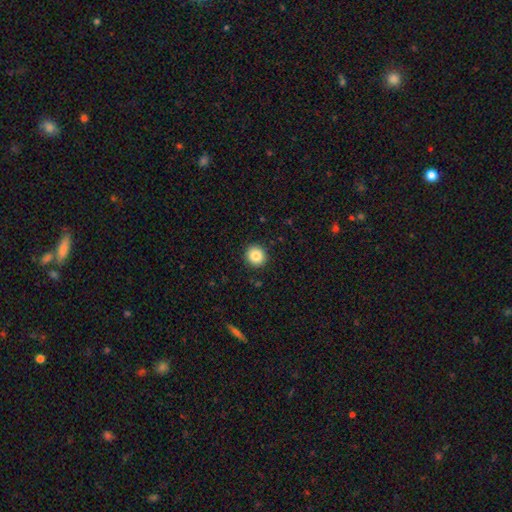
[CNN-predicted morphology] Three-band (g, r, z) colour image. It shows a smooth galaxy with no disk features (85%) that is round (92%). Merging: none (92%).